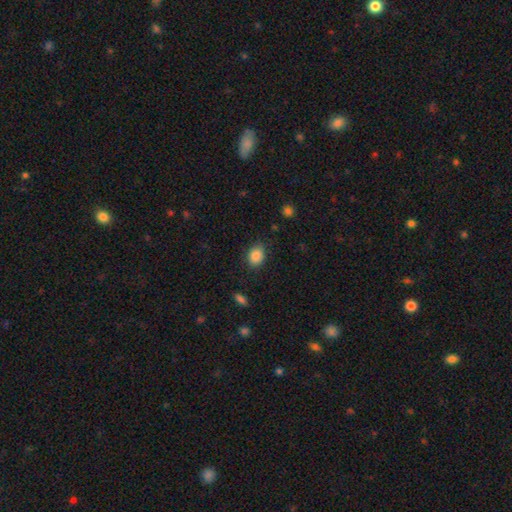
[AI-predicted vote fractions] This appears to be a smooth galaxy with no disk features (87%) that is in between round and cigar-shaped (56%). Merging: none (82%).